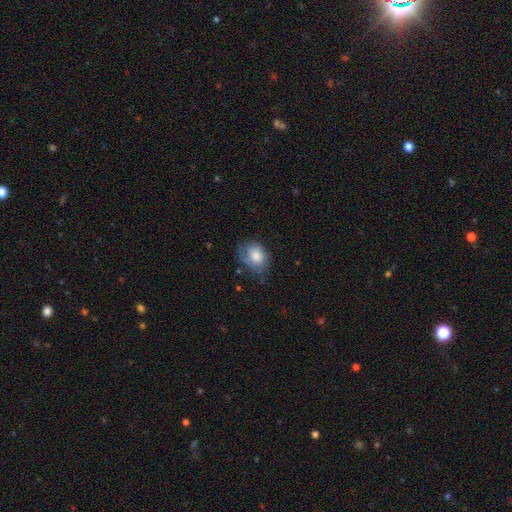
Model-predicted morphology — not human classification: Q: Smooth or featured?
A: smooth (71%); runner-up: featured or disk (21%)
Q: How rounded?
A: in between (65%); runner-up: round (34%)
Q: Merging?
A: none (53%); runner-up: minor disturbance (31%)